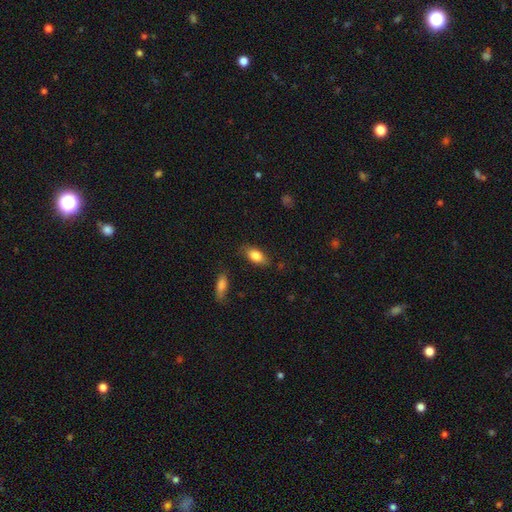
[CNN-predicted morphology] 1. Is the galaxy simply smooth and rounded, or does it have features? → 83% smooth, 10% featured or disk, 7% star or artifact.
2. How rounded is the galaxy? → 89% in between, 6% cigar-shaped, 5% round.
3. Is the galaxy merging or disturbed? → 78% none, 16% minor disturbance, 4% major disturbance, 2% merger.